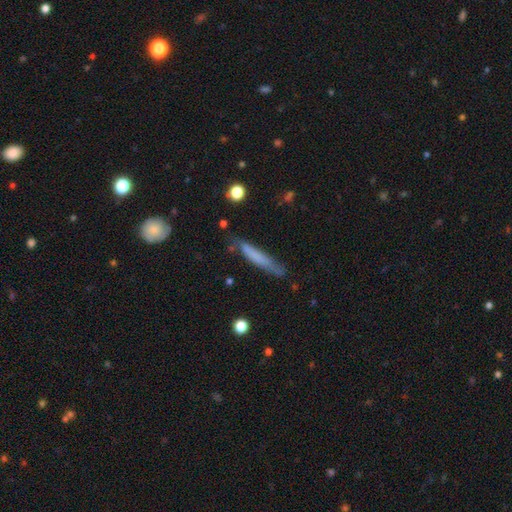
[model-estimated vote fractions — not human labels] smooth-or-featured: smooth: 60% | featured or disk: 33% | star or artifact: 7%
  how-rounded: cigar-shaped: 94% | in between: 5% | round: 1%
  merging: none: 70% | minor disturbance: 22% | major disturbance: 5% | merger: 3%